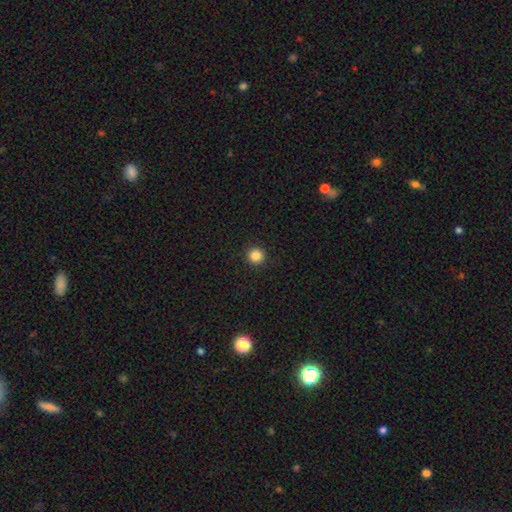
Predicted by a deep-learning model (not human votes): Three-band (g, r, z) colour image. It shows a smooth galaxy with no disk features (84%) that is round (95%). Merging: none (93%).